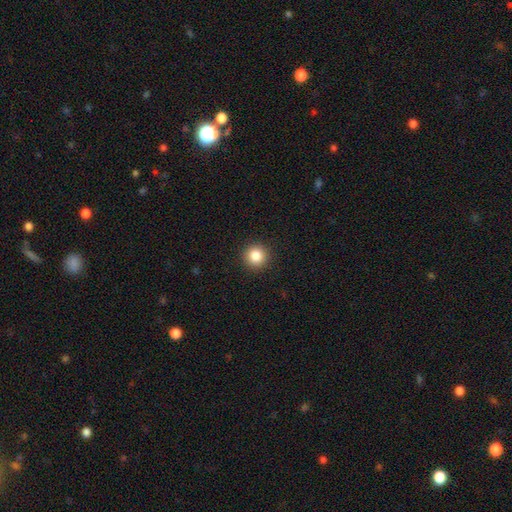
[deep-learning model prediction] Q: Smooth or featured?
A: smooth (84%); runner-up: star or artifact (10%)
Q: How rounded?
A: round (95%); runner-up: in between (4%)
Q: Merging?
A: none (93%); runner-up: minor disturbance (5%)